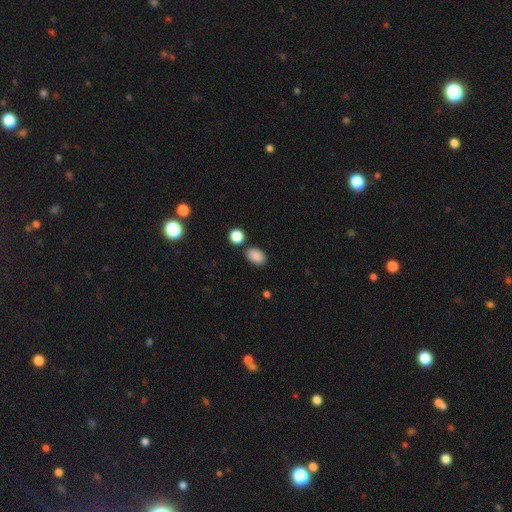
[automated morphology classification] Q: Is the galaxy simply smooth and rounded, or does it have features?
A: smooth — 87%.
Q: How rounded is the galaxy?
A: in between — 85%.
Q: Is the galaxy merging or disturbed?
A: none — 79%.